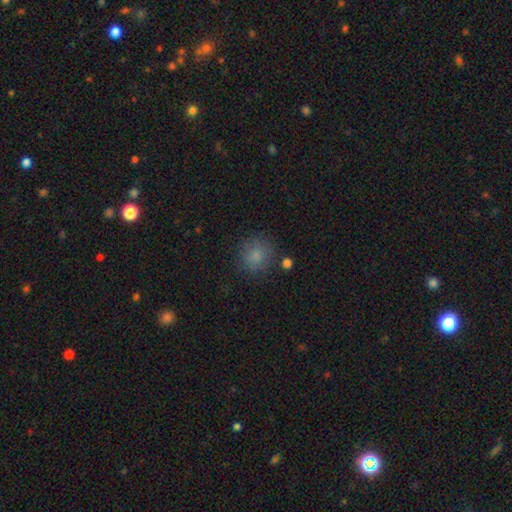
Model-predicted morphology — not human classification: Smooth or featured?
  - smooth: 82% *
  - star or artifact: 11%
  - featured or disk: 7%
How rounded?
  - round: 87% *
  - in between: 12%
  - cigar-shaped: 1%
Merging?
  - none: 79% *
  - minor disturbance: 13%
  - major disturbance: 5%
  - merger: 4%